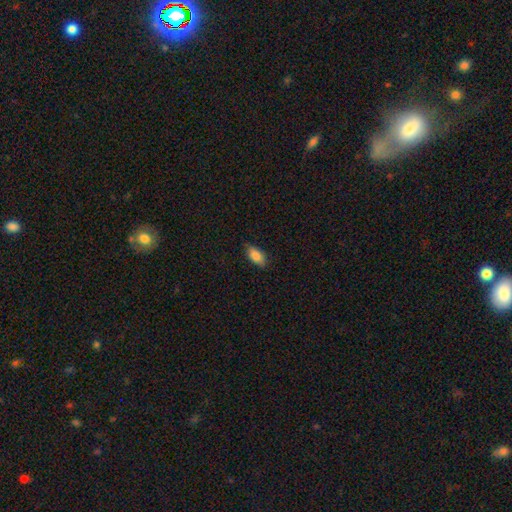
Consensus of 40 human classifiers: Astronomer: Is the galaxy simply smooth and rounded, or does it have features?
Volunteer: smooth — 90%.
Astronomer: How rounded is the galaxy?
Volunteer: in between — 67%.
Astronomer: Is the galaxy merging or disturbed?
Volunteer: none — 76%.